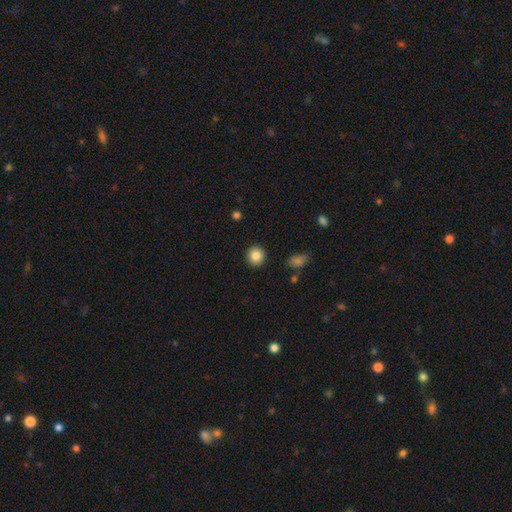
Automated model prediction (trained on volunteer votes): smooth 86%, star or artifact 9%, featured or disk 5%. Down the decision tree: how rounded — round (92%); merging — none (92%).